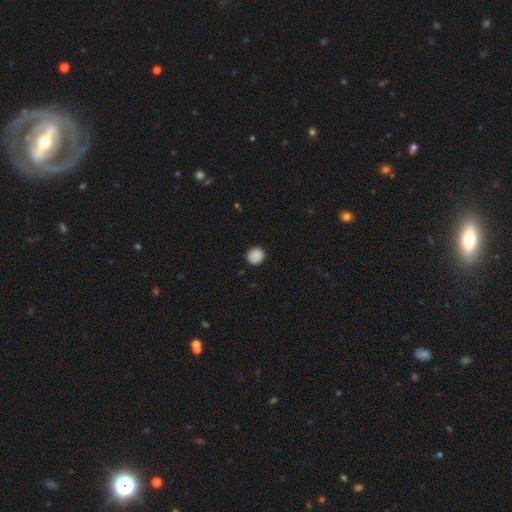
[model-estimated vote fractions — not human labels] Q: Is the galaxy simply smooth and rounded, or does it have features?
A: smooth — 88%.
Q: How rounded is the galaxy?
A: round — 88%.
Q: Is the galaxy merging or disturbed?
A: none — 90%.